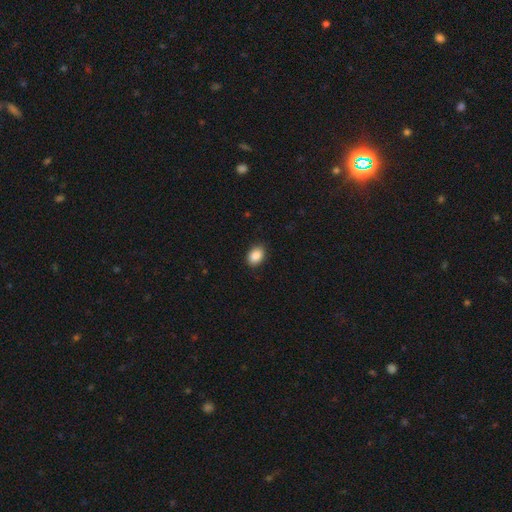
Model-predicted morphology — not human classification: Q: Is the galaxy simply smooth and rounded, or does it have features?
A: smooth — 88%.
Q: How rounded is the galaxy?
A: in between — 80%.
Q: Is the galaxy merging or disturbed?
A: none — 87%.